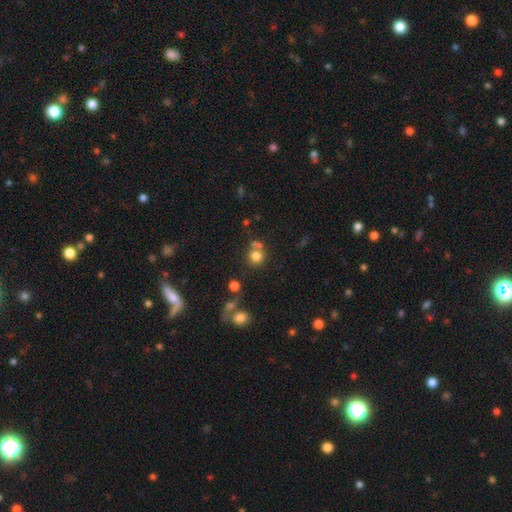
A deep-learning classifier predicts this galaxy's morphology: This is likely a smooth galaxy (77%). How rounded: clearly round (88%). Merging: possibly none (59%).